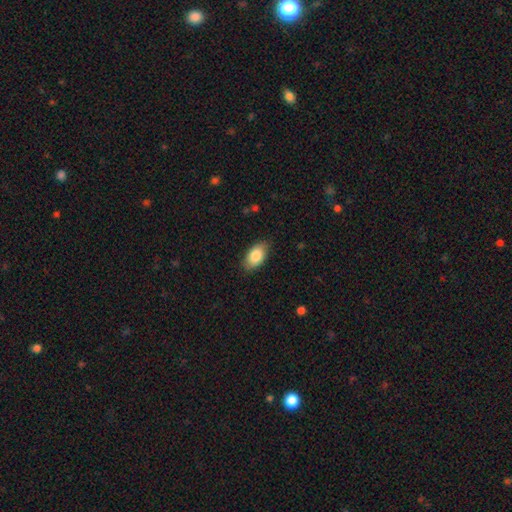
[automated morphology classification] smooth 85%, featured or disk 8%, star or artifact 6%. Down the decision tree: how rounded — in between (93%); merging — none (83%).